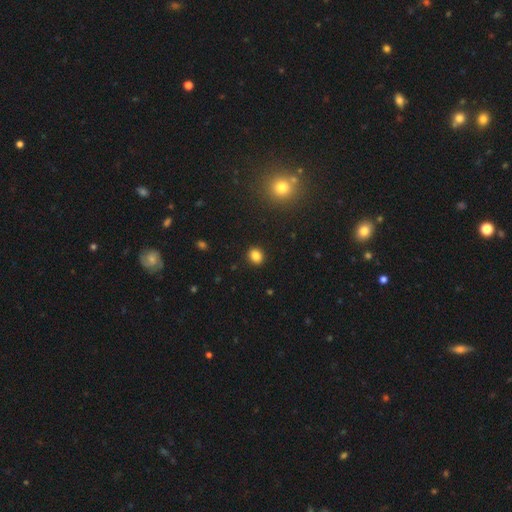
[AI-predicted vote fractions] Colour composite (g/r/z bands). It shows a smooth galaxy with no disk features (85%) that is round (65%). Merging: none (91%).